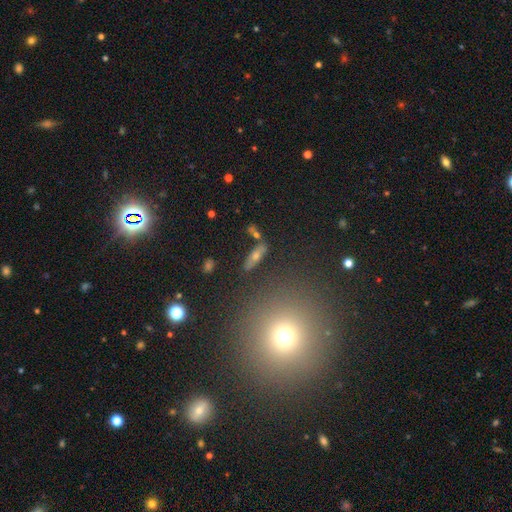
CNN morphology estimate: smooth-or-featured: smooth: 45% | featured or disk: 37% | star or artifact: 18%
  merging: none: 79% | minor disturbance: 10% | merger: 6% | major disturbance: 5%